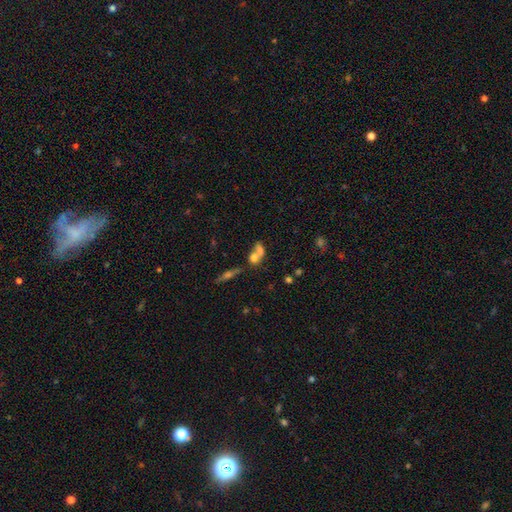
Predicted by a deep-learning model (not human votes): Morphology: type=smooth (65%); roundness=in between (48%); merging=merger (57%).